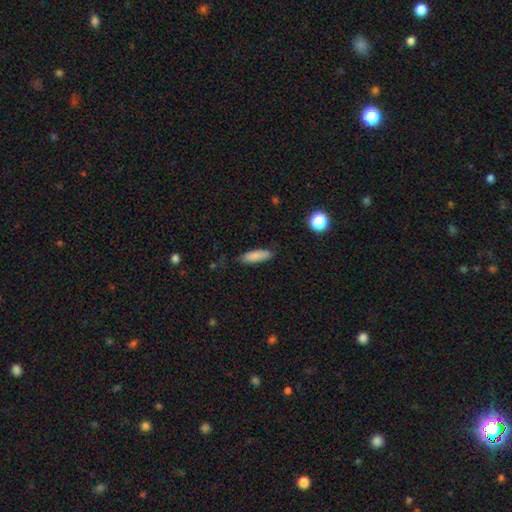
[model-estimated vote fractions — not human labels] Smooth or featured? Predicted: smooth (p=0.84). How rounded? Predicted: cigar-shaped (p=0.51). Merging? Predicted: none (p=0.81).